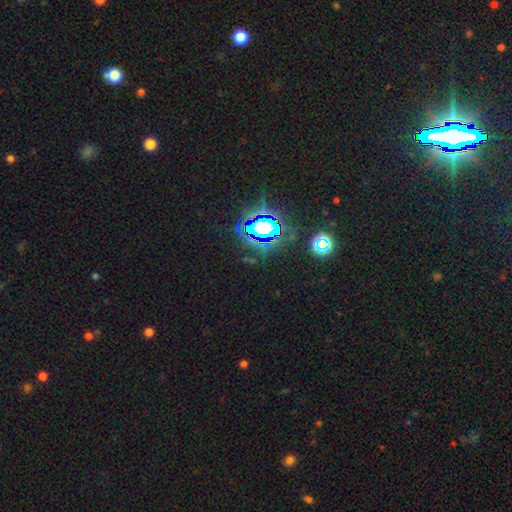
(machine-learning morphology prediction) type=star or artifact (83%).